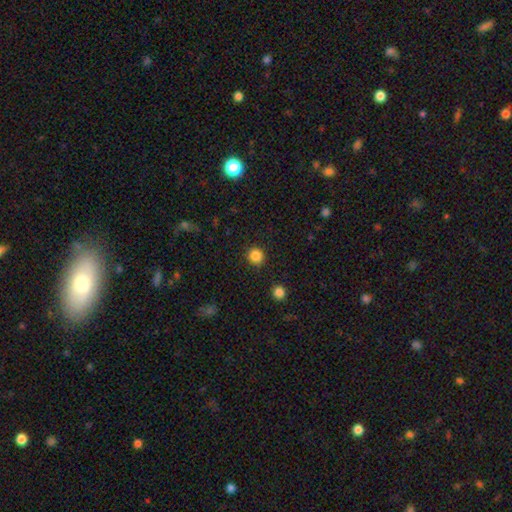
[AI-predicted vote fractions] This is clearly a smooth galaxy (85%). How rounded: clearly round (91%). Merging: clearly none (90%).